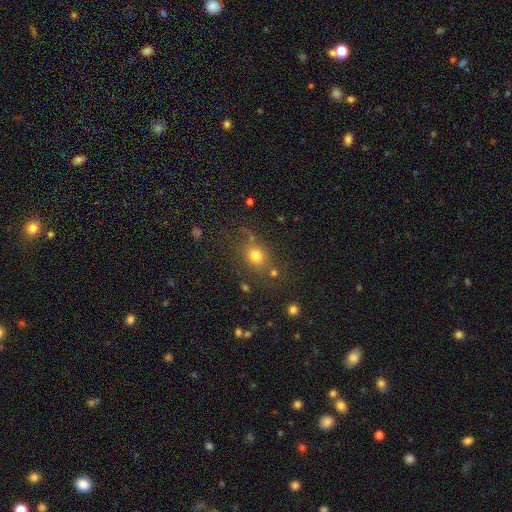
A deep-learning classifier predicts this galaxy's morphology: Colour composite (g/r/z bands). It shows a smooth galaxy with no disk features (72%) that is round (68%). Merging: none (68%).